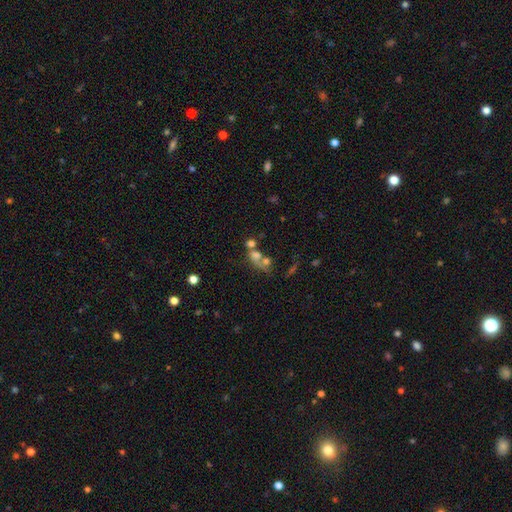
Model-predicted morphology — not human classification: This is possibly a smooth galaxy (52%). How rounded: possibly in between (52%). Merging: possibly merger (49%).